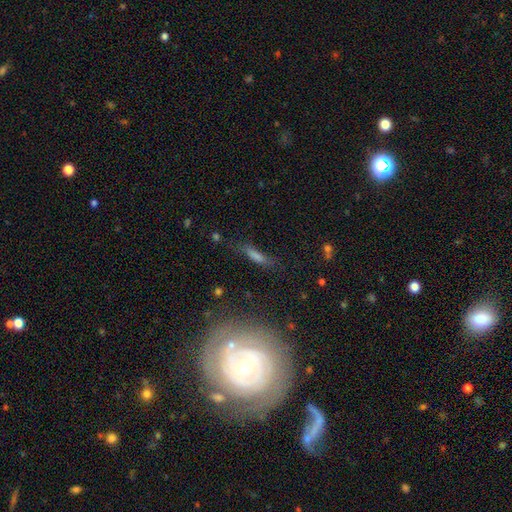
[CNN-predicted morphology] Smooth or featured? Predicted: smooth (p=0.54). How rounded? Predicted: cigar-shaped (p=0.67). Merging? Predicted: none (p=0.68).